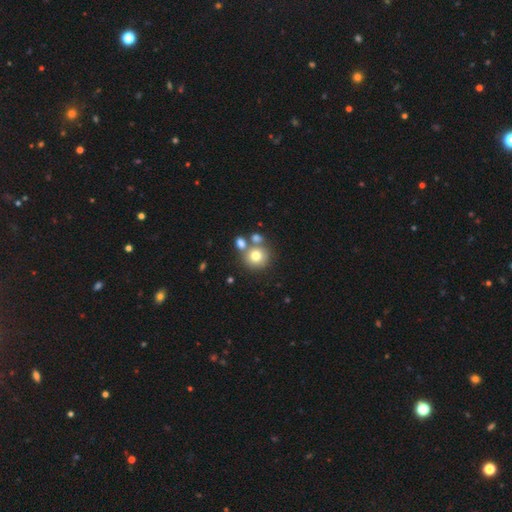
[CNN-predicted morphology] A smooth galaxy with no disk features (74%) that is round (88%). Merging: none (57%).